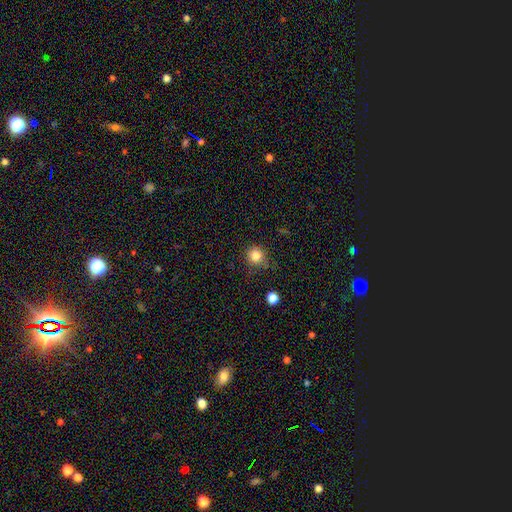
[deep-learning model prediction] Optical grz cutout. It shows a smooth galaxy with no disk features (83%) that is round (91%). Merging: none (80%).